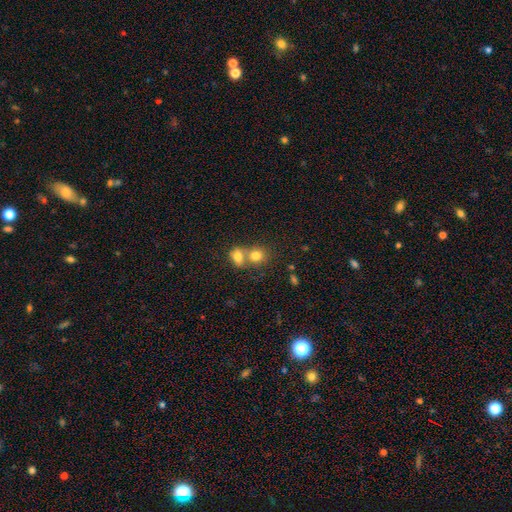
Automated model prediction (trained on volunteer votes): This is likely a smooth galaxy (78%). How rounded: likely round (70%). Merging: possibly merger (58%).